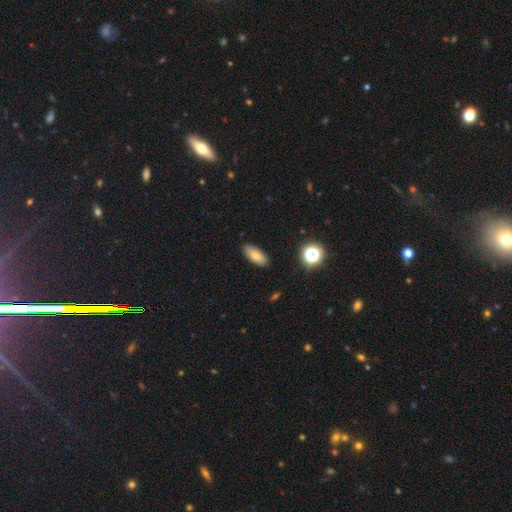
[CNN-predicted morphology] smooth 81%, featured or disk 10%, star or artifact 9%. Down the decision tree: how rounded — in between (84%); merging — none (88%).